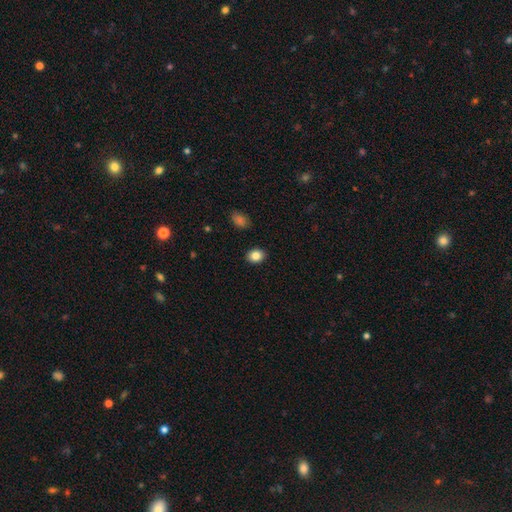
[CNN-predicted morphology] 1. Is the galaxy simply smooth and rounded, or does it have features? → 85% smooth, 9% star or artifact, 6% featured or disk.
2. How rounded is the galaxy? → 55% in between, 44% round, 1% cigar-shaped.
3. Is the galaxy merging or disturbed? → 90% none, 7% minor disturbance, 2% major disturbance, 1% merger.